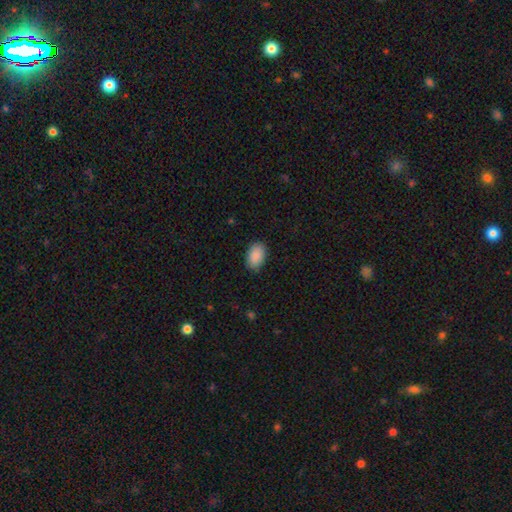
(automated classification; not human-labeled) A smooth galaxy with no disk features (90%) that is in between round and cigar-shaped (90%). Merging: none (86%).